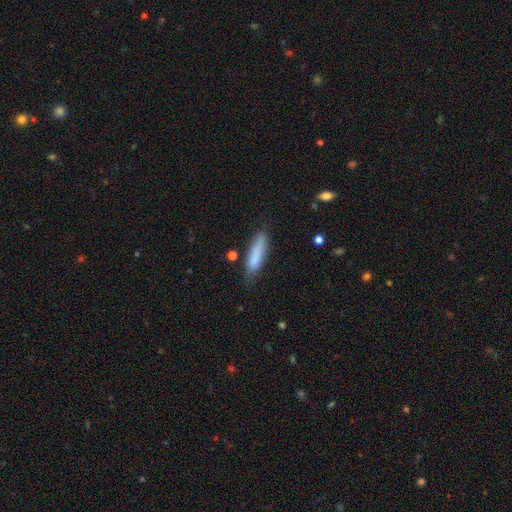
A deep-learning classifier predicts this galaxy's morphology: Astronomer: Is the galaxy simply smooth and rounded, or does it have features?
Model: smooth — 82%.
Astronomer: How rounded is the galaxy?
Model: cigar-shaped — 72%.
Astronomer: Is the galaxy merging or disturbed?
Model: none — 72%.